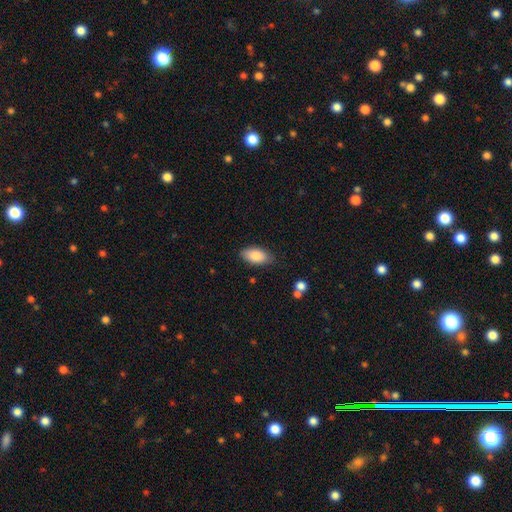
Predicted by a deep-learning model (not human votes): Smooth or featured? Predicted: smooth (p=0.85). How rounded? Predicted: in between (p=0.92). Merging? Predicted: none (p=0.83).